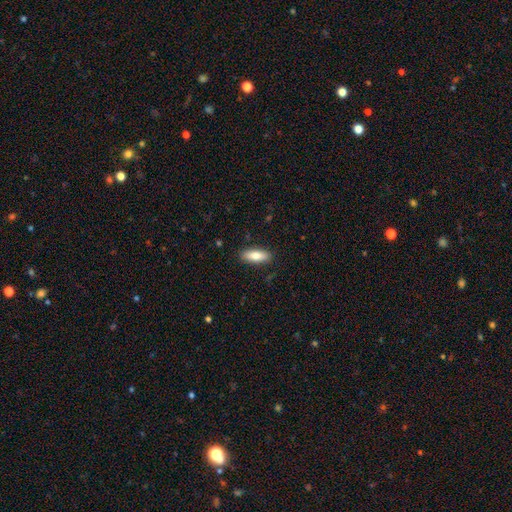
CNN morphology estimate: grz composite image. It shows a smooth galaxy with no disk features (79%) that is in between round and cigar-shaped (67%). Merging: none (88%).